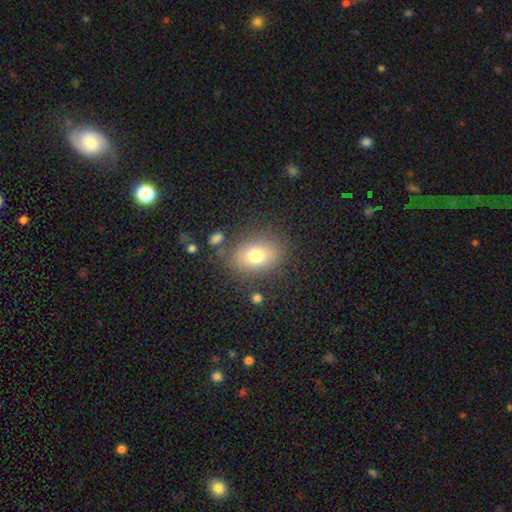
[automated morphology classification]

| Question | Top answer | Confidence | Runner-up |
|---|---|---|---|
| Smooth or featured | smooth | 76% | featured or disk (13%) |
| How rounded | in between | 66% | round (33%) |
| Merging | none | 78% | minor disturbance (13%) |